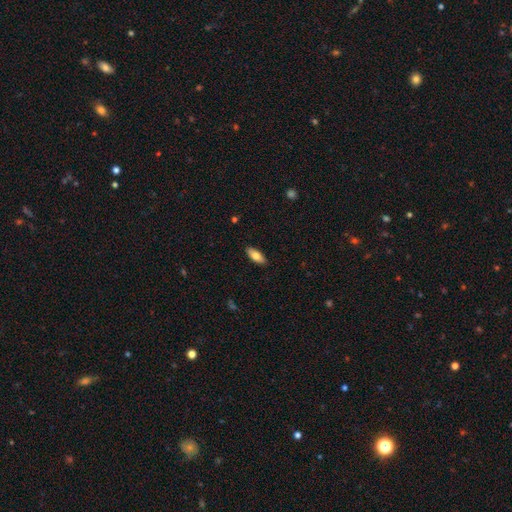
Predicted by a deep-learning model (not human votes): A smooth galaxy with no disk features (76%) that is in between round and cigar-shaped (80%). Merging: none (89%).